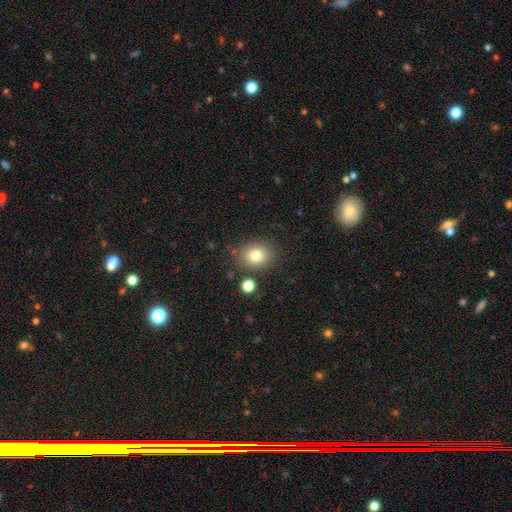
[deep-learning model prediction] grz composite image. It shows a smooth galaxy with no disk features (80%) that is round (62%). Merging: none (81%).